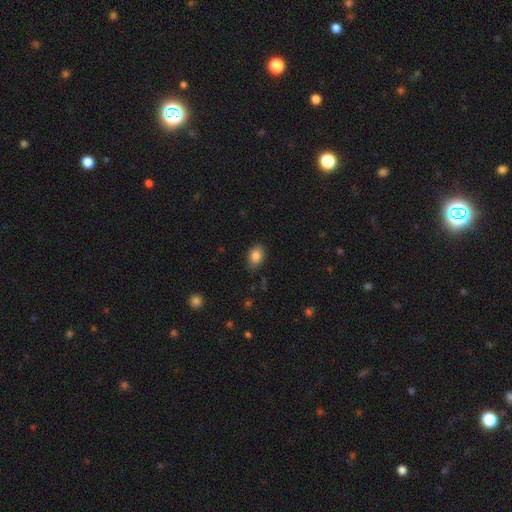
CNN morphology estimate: Smooth or featured? smooth (85%)
How rounded? in between (81%)
Merging? none (81%)